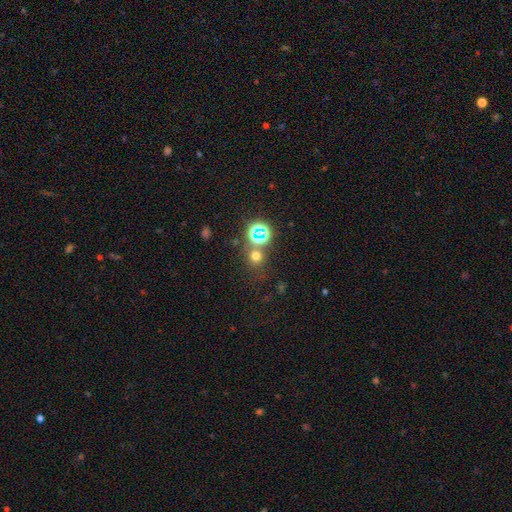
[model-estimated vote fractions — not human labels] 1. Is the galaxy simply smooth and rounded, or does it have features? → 60% smooth, 32% star or artifact, 7% featured or disk.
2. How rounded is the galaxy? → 87% round, 12% in between, 1% cigar-shaped.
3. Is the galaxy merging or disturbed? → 71% none, 16% merger, 9% minor disturbance, 4% major disturbance.